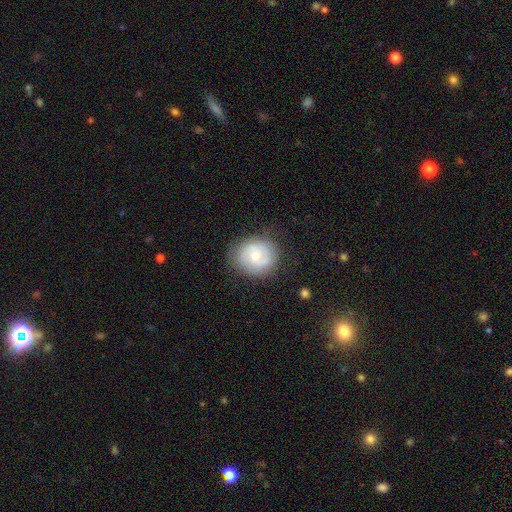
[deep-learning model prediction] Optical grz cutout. It shows a featured or disk galaxy (54%) with no bar (60%), spiral arms (75%) and a moderate central bulge (56%). Merging: none (81%).